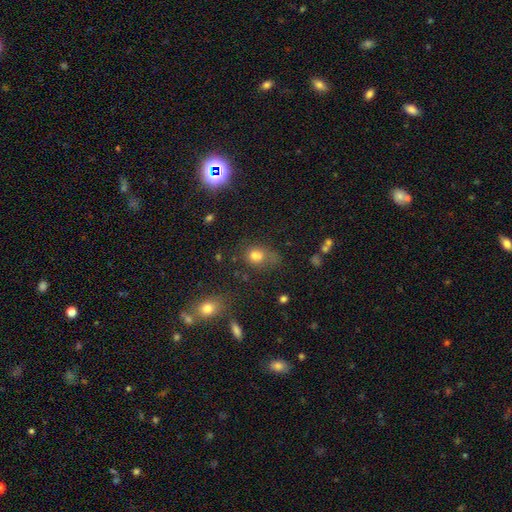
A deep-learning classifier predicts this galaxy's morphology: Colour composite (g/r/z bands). It shows a smooth galaxy with no disk features (75%) that is round (58%). Merging: none (50%).